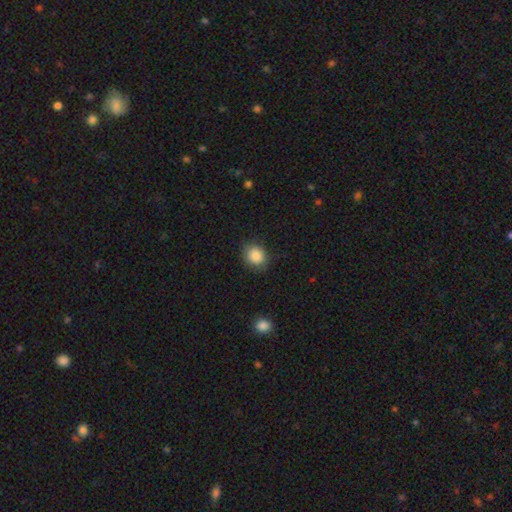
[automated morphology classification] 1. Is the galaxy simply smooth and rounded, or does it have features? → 87% smooth, 9% star or artifact, 5% featured or disk.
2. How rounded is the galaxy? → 72% round, 27% in between, 1% cigar-shaped.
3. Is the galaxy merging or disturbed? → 83% none, 13% minor disturbance, 3% major disturbance, 1% merger.